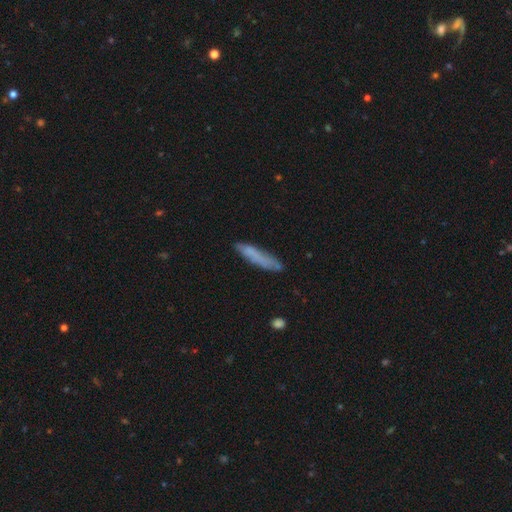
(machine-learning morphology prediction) type=smooth (72%); roundness=cigar-shaped (89%); merging=none (69%).